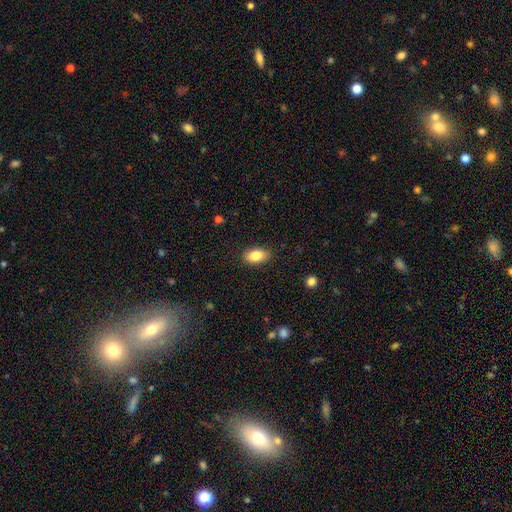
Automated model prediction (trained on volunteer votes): This appears to be a smooth galaxy with no disk features (83%) that is in between round and cigar-shaped (91%). Merging: none (87%).